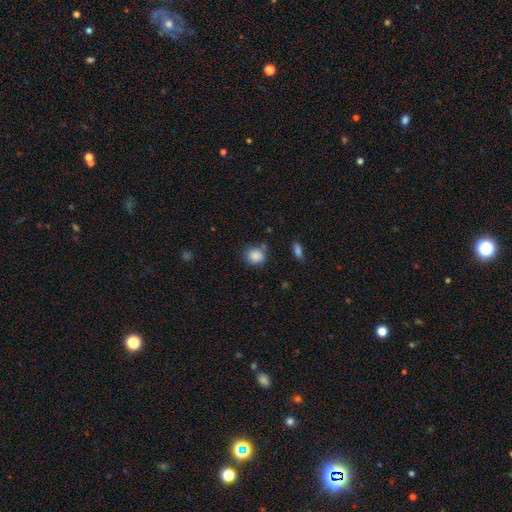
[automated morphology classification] Overall: smooth (87%). How rounded: round (76%). Merging: none (72%).